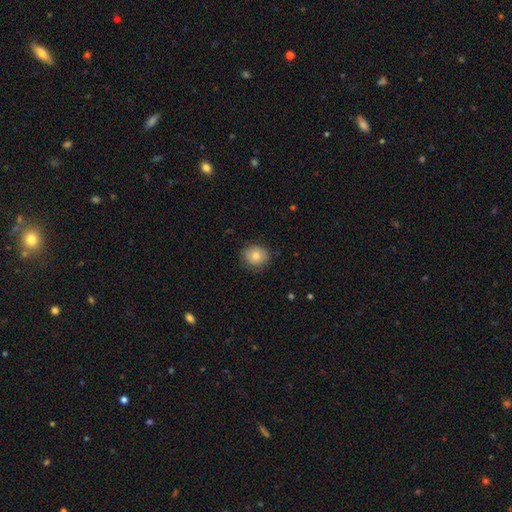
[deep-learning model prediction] Smooth or featured? smooth (78%)
How rounded? round (78%)
Merging? none (81%)